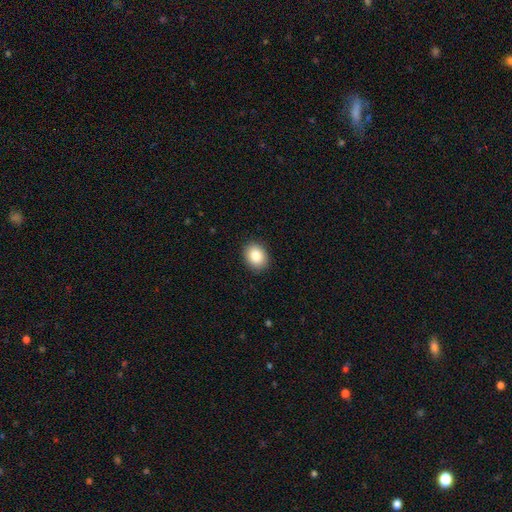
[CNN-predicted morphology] smooth 86%, star or artifact 8%, featured or disk 6%. Down the decision tree: how rounded — in between (54%); merging — none (90%).